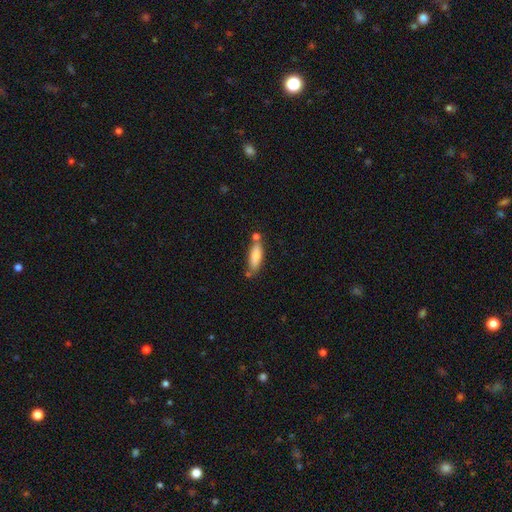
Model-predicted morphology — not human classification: Overall: smooth (78%). How rounded: cigar-shaped (50%; in between 48%). Merging: none (63%).